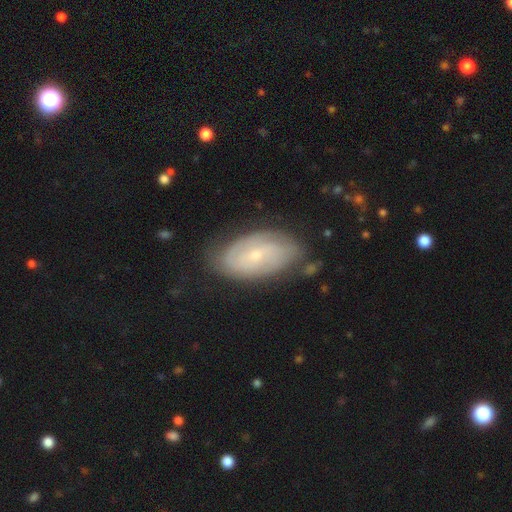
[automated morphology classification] Smooth or featured: featured or disk — 70% (smooth — 23%)
Edge-on disk: no — 94% (yes — 6%)
Bar: no — 56% (weak — 36%)
Spiral arms: yes — 87% (no — 13%)
Spiral winding: tight — 64% (medium — 27%)
Spiral arm count: can't tell — 42% (2 — 38%)
Bulge size: small — 73% (moderate — 23%)
Merging: none — 74% (minor disturbance — 19%)